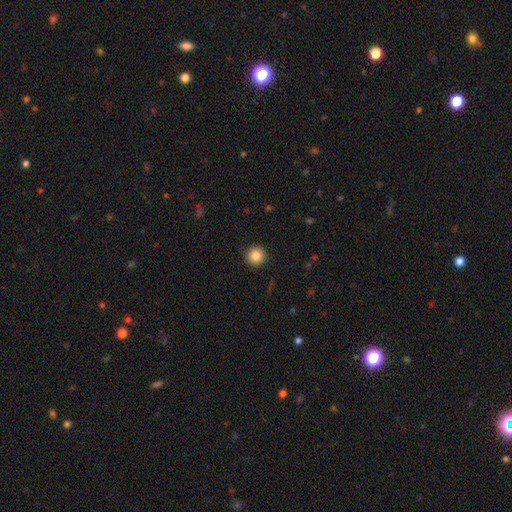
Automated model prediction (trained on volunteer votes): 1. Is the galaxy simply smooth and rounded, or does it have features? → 85% smooth, 10% star or artifact, 5% featured or disk.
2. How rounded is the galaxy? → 95% round, 4% in between, 1% cigar-shaped.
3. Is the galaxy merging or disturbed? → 92% none, 5% minor disturbance, 2% major disturbance, 1% merger.